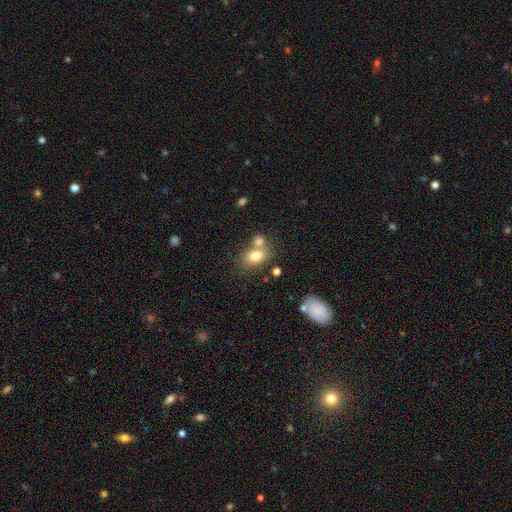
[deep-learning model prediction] A smooth galaxy with no disk features (76%) that is in between round and cigar-shaped (73%).

Vote fractions:
- Smooth or featured? smooth: 76% / featured or disk: 14% / star or artifact: 10%
- How rounded? in between: 73% / round: 25% / cigar-shaped: 2%
- Merging? none: 45% / merger: 38% / minor disturbance: 12% / major disturbance: 5%